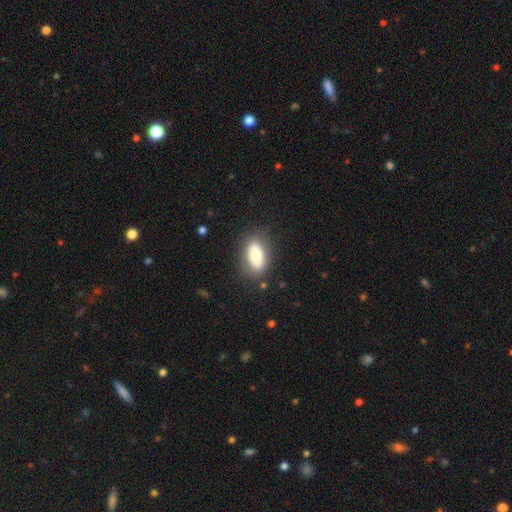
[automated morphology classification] smooth_or_featured: smooth (p=0.70) [alt: featured or disk p=0.23]
how_rounded: in between (p=0.90) [alt: round p=0.07]
merging: none (p=0.78) [alt: minor disturbance p=0.14]